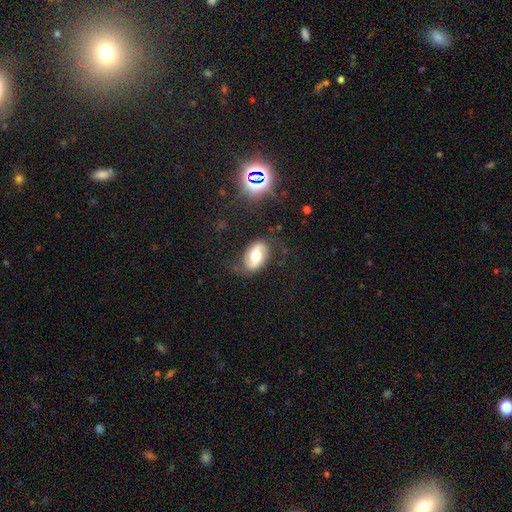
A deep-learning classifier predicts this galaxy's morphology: A featured or disk galaxy (57%) with no bar (45%), spiral arms (82%) and a moderate central bulge (63%). Merging: none (73%).